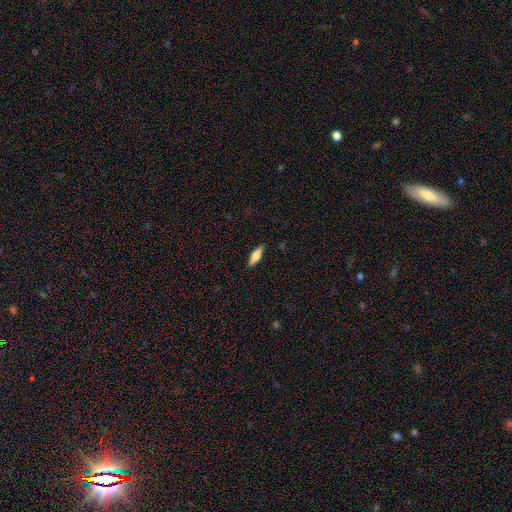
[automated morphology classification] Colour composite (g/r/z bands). It shows a smooth galaxy with no disk features (67%) that is cigar-shaped (54%). Merging: none (88%).